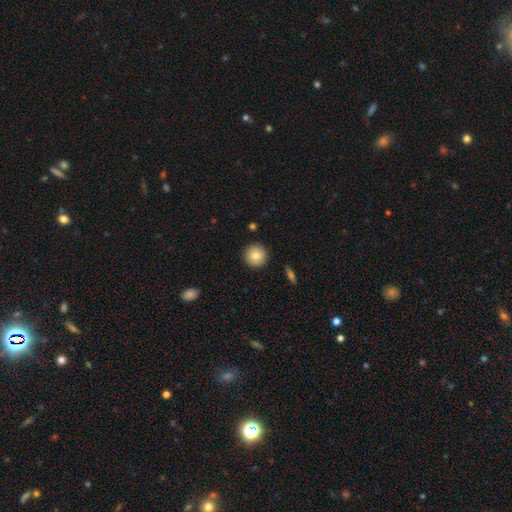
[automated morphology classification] A smooth galaxy with no disk features (83%) that is round (95%). Merging: none (91%).